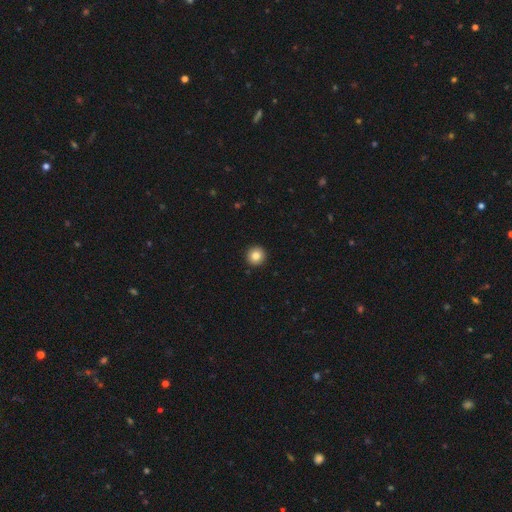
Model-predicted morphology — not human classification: Smooth or featured?
  - smooth: 85% *
  - star or artifact: 10%
  - featured or disk: 6%
How rounded?
  - round: 94% *
  - in between: 5%
  - cigar-shaped: 1%
Merging?
  - none: 93% *
  - minor disturbance: 4%
  - major disturbance: 1%
  - merger: 1%